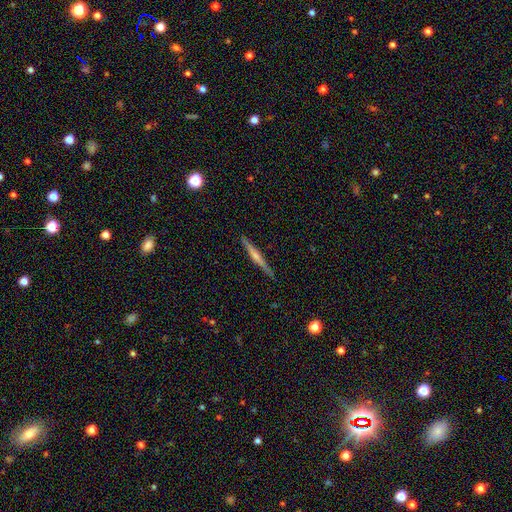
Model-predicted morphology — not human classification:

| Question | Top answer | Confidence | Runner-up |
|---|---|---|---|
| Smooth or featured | featured or disk | 61% | smooth (33%) |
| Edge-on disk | yes | 98% | no (2%) |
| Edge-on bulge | rounded | 58% | none (30%) |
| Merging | none | 88% | minor disturbance (9%) |